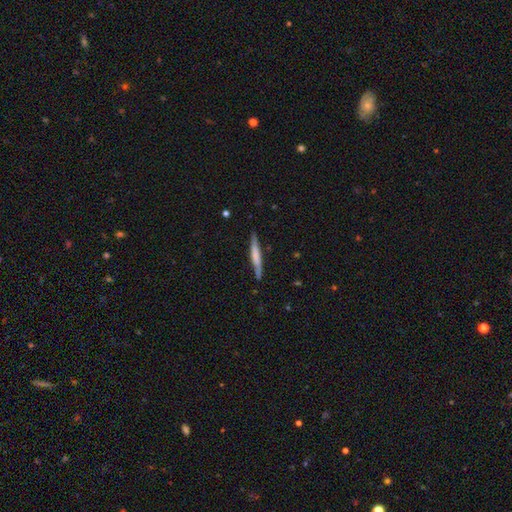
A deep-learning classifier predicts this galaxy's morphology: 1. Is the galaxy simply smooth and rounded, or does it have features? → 51% smooth, 44% featured or disk, 5% star or artifact.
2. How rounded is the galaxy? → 95% cigar-shaped, 4% in between, 1% round.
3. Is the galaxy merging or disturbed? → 83% none, 13% minor disturbance, 2% major disturbance, 2% merger.